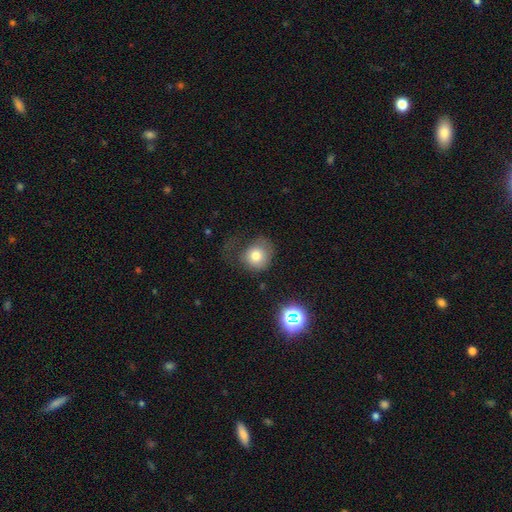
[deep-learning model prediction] Smooth or featured? smooth (75%)
How rounded? round (79%)
Merging? none (41%)